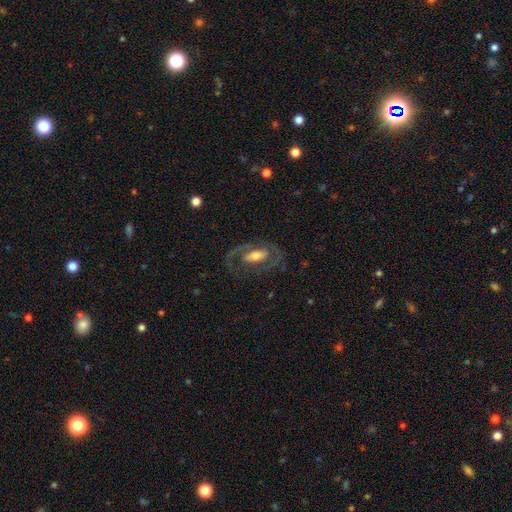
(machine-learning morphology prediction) A featured or disk galaxy (76%) with no bar (34%, tied with strong), 2 (80%) medium (48%) spiral arms (80%) and a moderate central bulge (55%). Merging: none (69%).